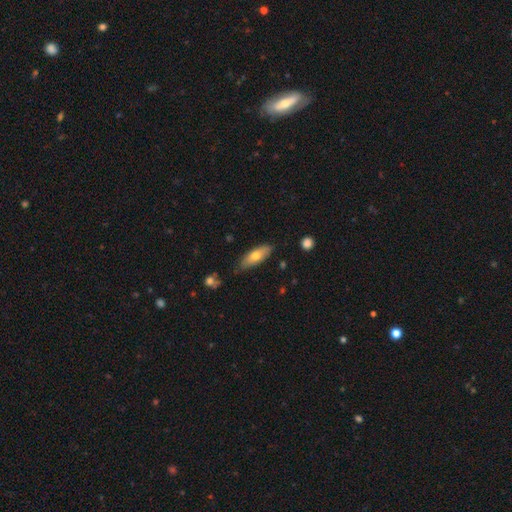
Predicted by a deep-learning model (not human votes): Smooth or featured? Predicted: smooth (p=0.66). How rounded? Predicted: in between (p=0.68). Merging? Predicted: none (p=0.77).